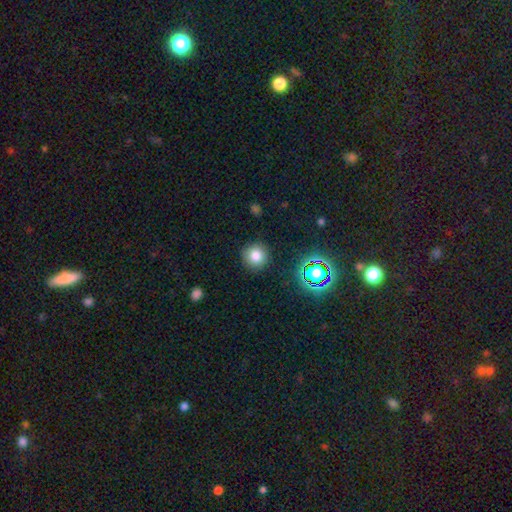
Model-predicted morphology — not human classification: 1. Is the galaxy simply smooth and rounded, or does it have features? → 78% smooth, 15% star or artifact, 6% featured or disk.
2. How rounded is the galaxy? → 95% round, 4% in between, 1% cigar-shaped.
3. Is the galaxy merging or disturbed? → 89% none, 7% minor disturbance, 2% major disturbance, 1% merger.